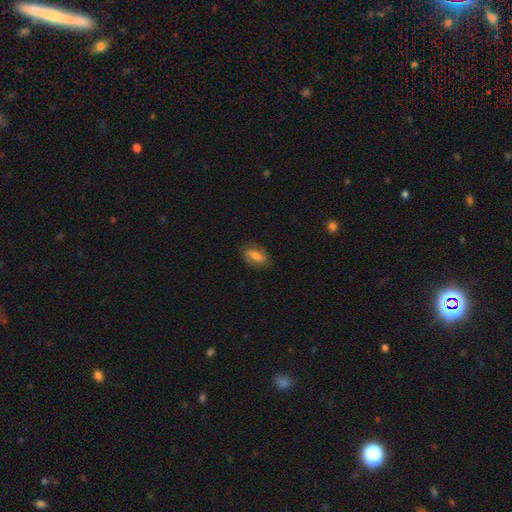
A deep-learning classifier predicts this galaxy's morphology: Smooth or featured?
  - smooth: 57% *
  - featured or disk: 35%
  - star or artifact: 8%
How rounded?
  - in between: 85% *
  - round: 9%
  - cigar-shaped: 5%
Merging?
  - none: 78% *
  - minor disturbance: 16%
  - major disturbance: 5%
  - merger: 1%